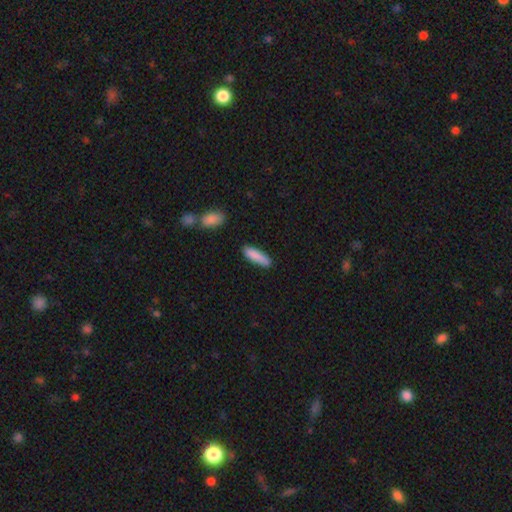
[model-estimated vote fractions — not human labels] Morphology: type=smooth (86%); roundness=cigar-shaped (71%); merging=none (82%).